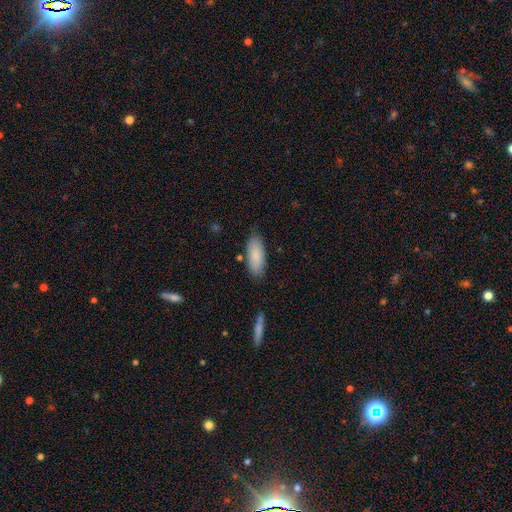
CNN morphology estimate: The model was most divided on "how rounded": in between: 80%, cigar-shaped: 19%, round: 2%. More confident: smooth or featured — smooth (86%); merging — none (81%).